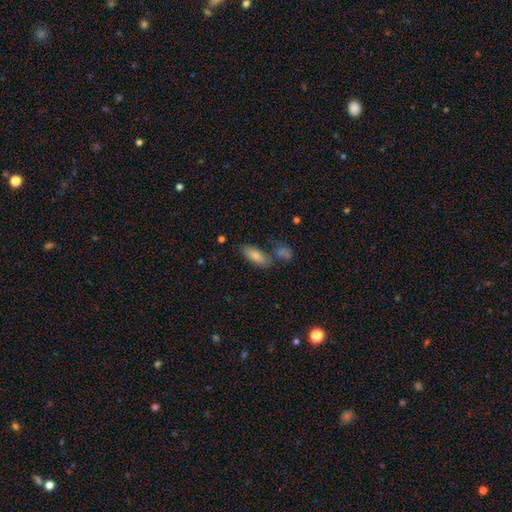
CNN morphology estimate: A smooth galaxy with no disk features (82%) that is in between round and cigar-shaped (81%). Merging: none (60%).